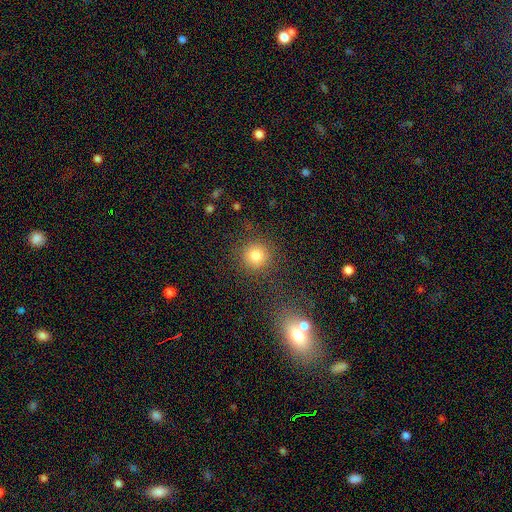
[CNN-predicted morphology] This is clearly a smooth galaxy (83%). How rounded: clearly round (92%). Merging: clearly none (83%).